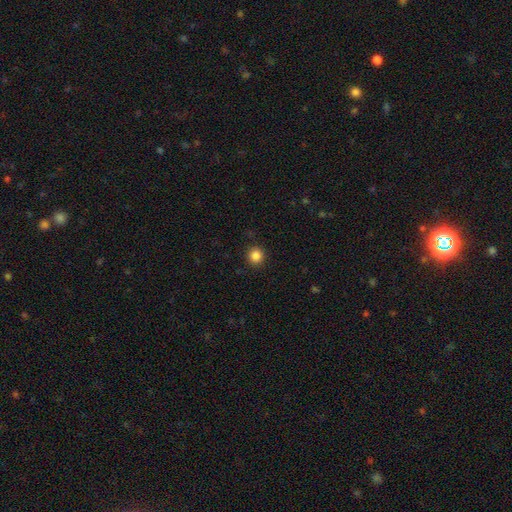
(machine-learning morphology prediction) The model was most divided on "smooth or featured": smooth: 86%, star or artifact: 11%, featured or disk: 3%. More confident: how rounded — round (93%); merging — none (92%).